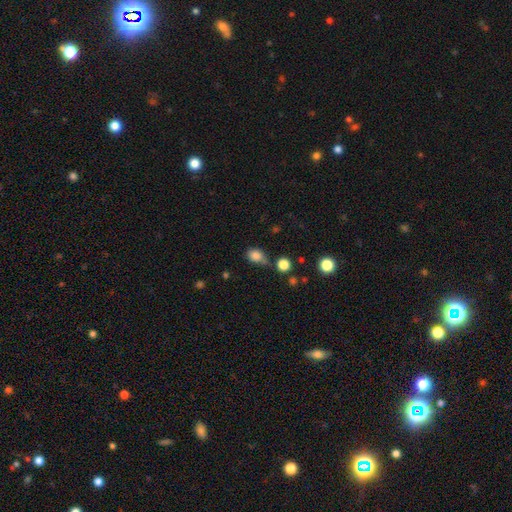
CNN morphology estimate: This is clearly a smooth galaxy (84%). How rounded: possibly in between (53%). Merging: possibly none (59%).